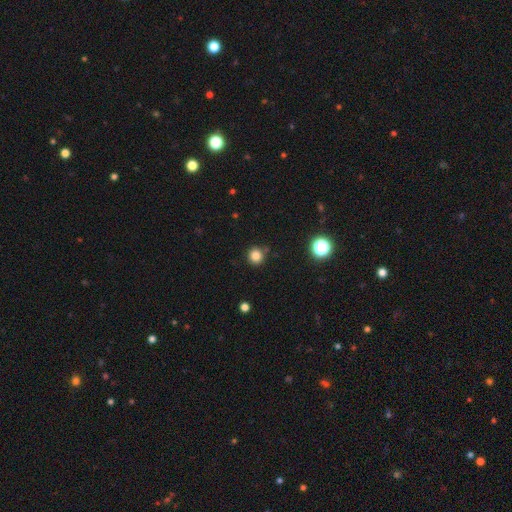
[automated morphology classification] smooth 82%, star or artifact 14%, featured or disk 4%. Down the decision tree: how rounded — round (93%); merging — none (85%).